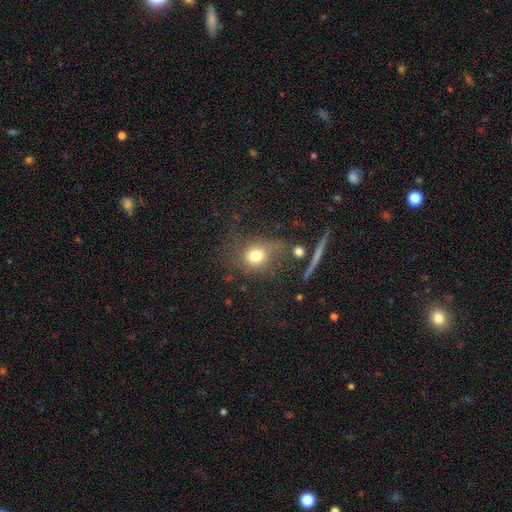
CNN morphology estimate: Smooth or featured?
  - smooth: 73% *
  - star or artifact: 14%
  - featured or disk: 13%
How rounded?
  - round: 74% *
  - in between: 24%
  - cigar-shaped: 2%
Merging?
  - none: 57% *
  - minor disturbance: 19%
  - major disturbance: 16%
  - merger: 8%